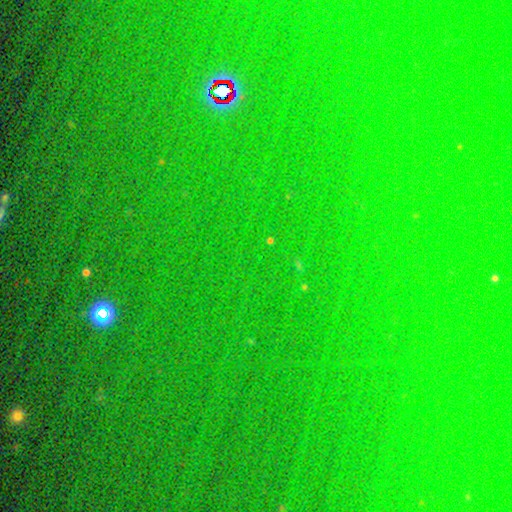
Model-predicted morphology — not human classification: A star or artifact, not a galaxy (80%).

Vote fractions:
- Smooth or featured? star or artifact: 80% / smooth: 12% / featured or disk: 8%